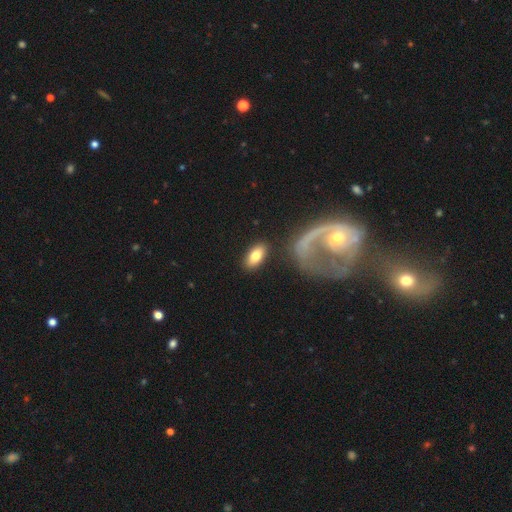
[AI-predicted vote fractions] A smooth galaxy with no disk features (77%) that is in between round and cigar-shaped (90%). Merging: none (84%).